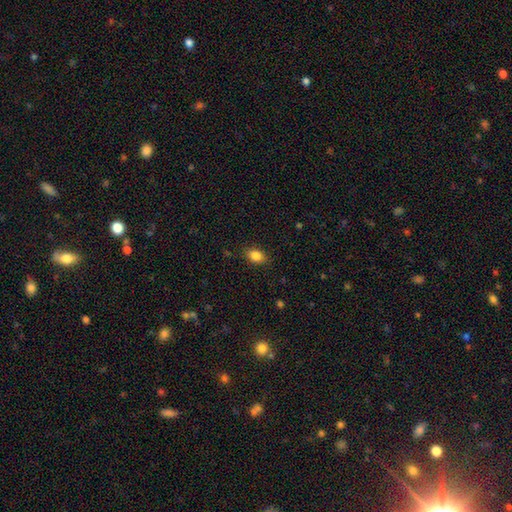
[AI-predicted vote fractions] Smooth or featured? Predicted: smooth (p=0.85). How rounded? Predicted: in between (p=0.79). Merging? Predicted: none (p=0.86).